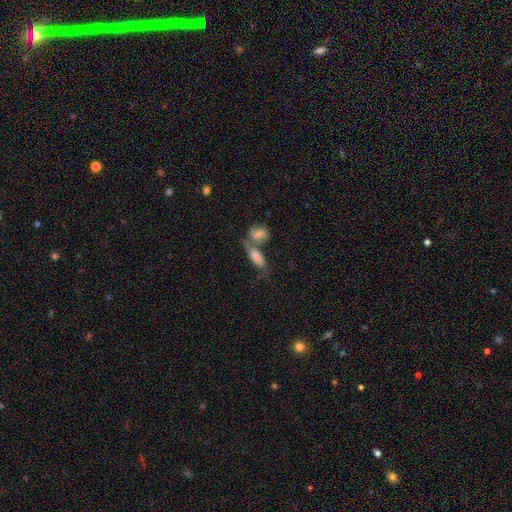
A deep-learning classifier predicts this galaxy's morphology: The model was most divided on "merging": merger: 49%, none: 31%, minor disturbance: 12%, major disturbance: 8%. More confident: how rounded — in between (66%); smooth or featured — smooth (53%).